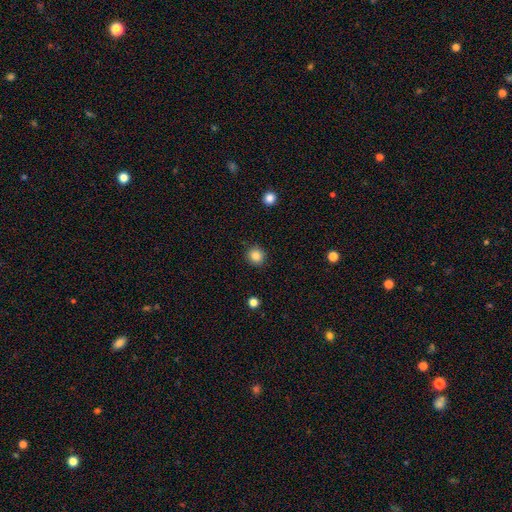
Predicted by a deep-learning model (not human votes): The model was most divided on "smooth or featured": smooth: 85%, star or artifact: 10%, featured or disk: 4%. More confident: how rounded — round (92%); merging — none (91%).